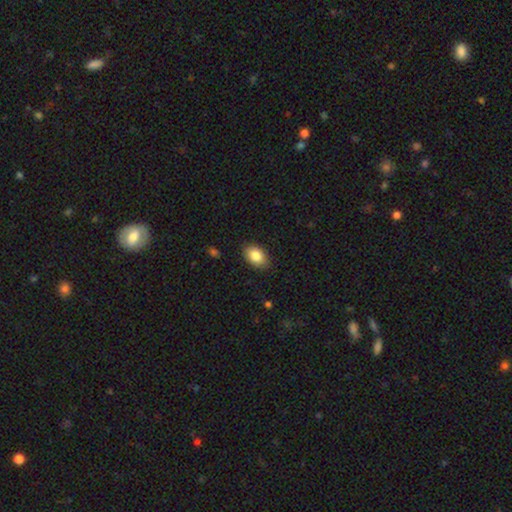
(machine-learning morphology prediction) A smooth galaxy with no disk features (86%) that is in between round and cigar-shaped (88%).

Vote fractions:
- Smooth or featured? smooth: 86% / featured or disk: 7% / star or artifact: 7%
- How rounded? in between: 88% / round: 10% / cigar-shaped: 1%
- Merging? none: 87% / minor disturbance: 10% / major disturbance: 2% / merger: 1%